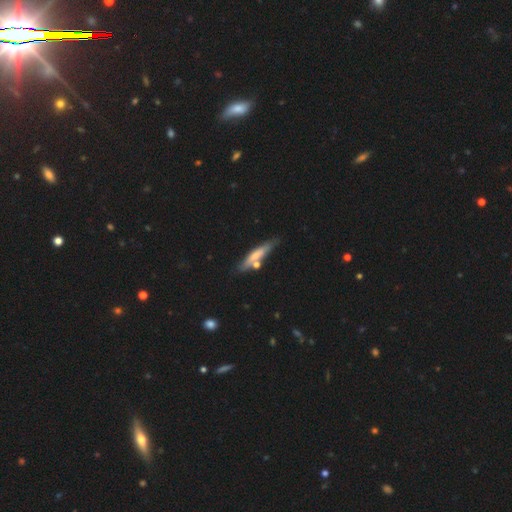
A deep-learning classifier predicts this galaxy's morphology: A smooth galaxy with no disk features (59%) that is cigar-shaped (85%).

Vote fractions:
- Smooth or featured? smooth: 59% / featured or disk: 35% / star or artifact: 6%
- How rounded? cigar-shaped: 85% / in between: 13% / round: 2%
- Merging? none: 70% / minor disturbance: 15% / merger: 11% / major disturbance: 4%